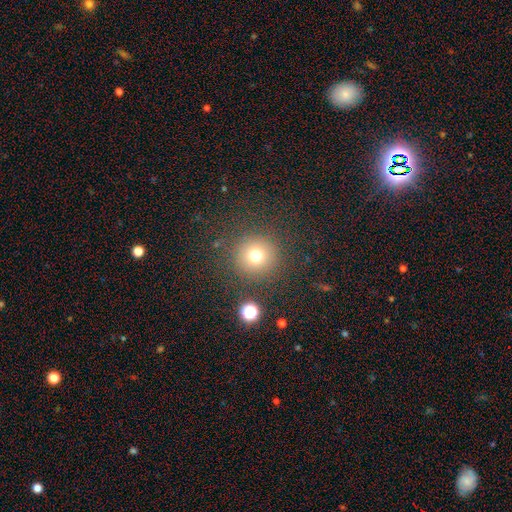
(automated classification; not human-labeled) Smooth or featured: smooth — 74% (star or artifact — 17%)
How rounded: round — 96% (in between — 3%)
Merging: none — 88% (minor disturbance — 6%)